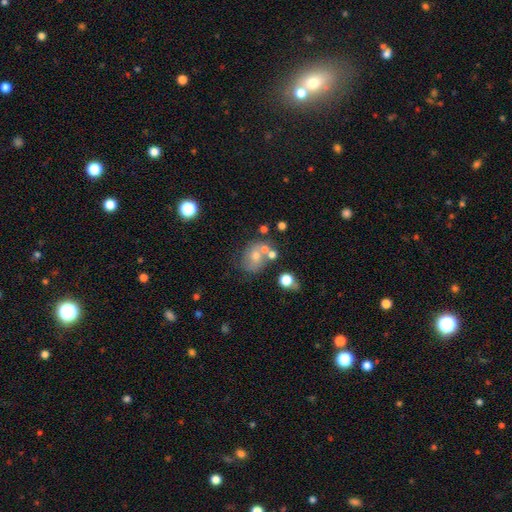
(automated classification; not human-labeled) A smooth galaxy with no disk features (47%).

Vote fractions:
- Smooth or featured? smooth: 47% / featured or disk: 35% / star or artifact: 18%
- Merging? none: 49% / merger: 26% / minor disturbance: 17% / major disturbance: 8%